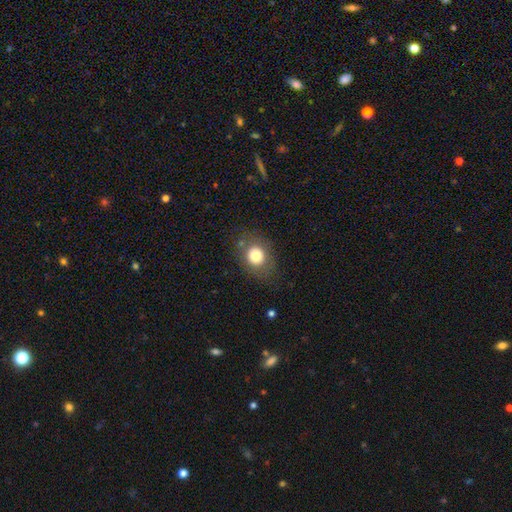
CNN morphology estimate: smooth-or-featured: smooth: 76% | featured or disk: 14% | star or artifact: 11%
  how-rounded: round: 59% | in between: 40% | cigar-shaped: 1%
  merging: none: 79% | minor disturbance: 13% | major disturbance: 6% | merger: 2%